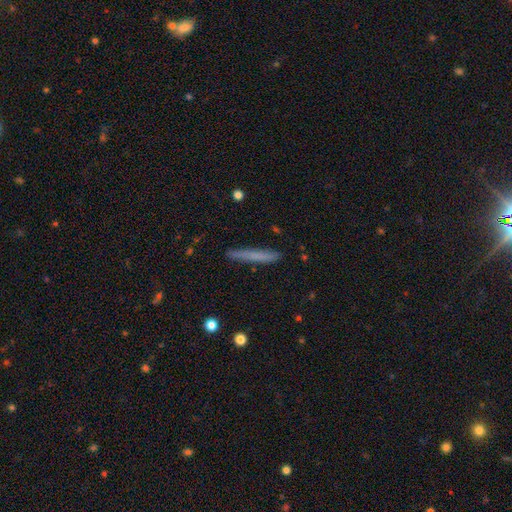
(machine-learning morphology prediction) Smooth or featured?
  - smooth: 68% *
  - featured or disk: 25%
  - star or artifact: 7%
How rounded?
  - cigar-shaped: 96% *
  - in between: 3%
  - round: 1%
Merging?
  - none: 87% *
  - minor disturbance: 10%
  - major disturbance: 2%
  - merger: 1%